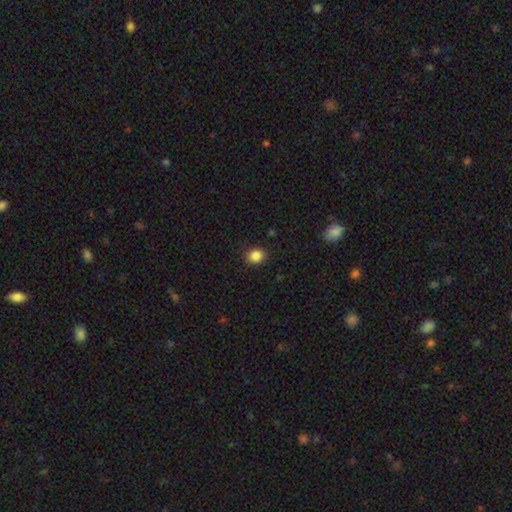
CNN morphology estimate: type=smooth (86%); roundness=round (72%); merging=none (88%).